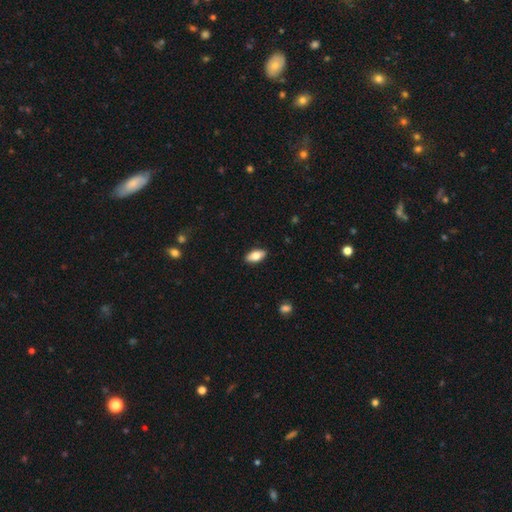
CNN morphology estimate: Smooth or featured? Predicted: smooth (p=0.75). How rounded? Predicted: in between (p=0.89). Merging? Predicted: none (p=0.89).